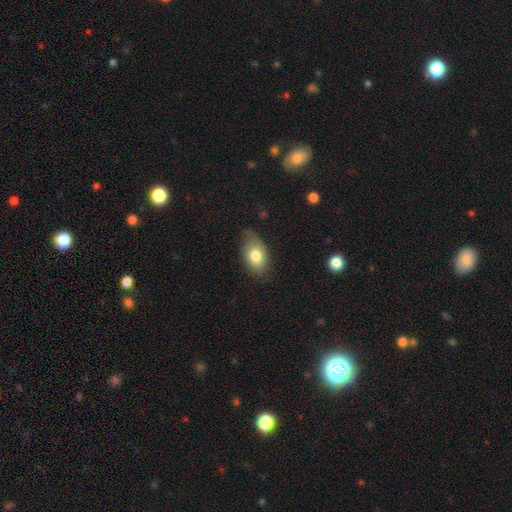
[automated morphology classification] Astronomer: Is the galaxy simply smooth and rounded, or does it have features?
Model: smooth — 78%.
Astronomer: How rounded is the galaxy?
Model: in between — 88%.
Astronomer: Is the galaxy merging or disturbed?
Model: none — 62%.